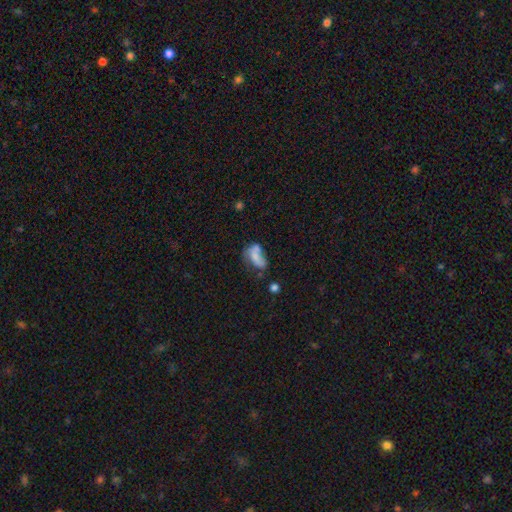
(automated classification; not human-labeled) The model was most divided on "merging": merger: 28%, none: 26%, major disturbance: 24%, minor disturbance: 22%. More confident: how rounded — in between (86%); smooth or featured — smooth (61%).